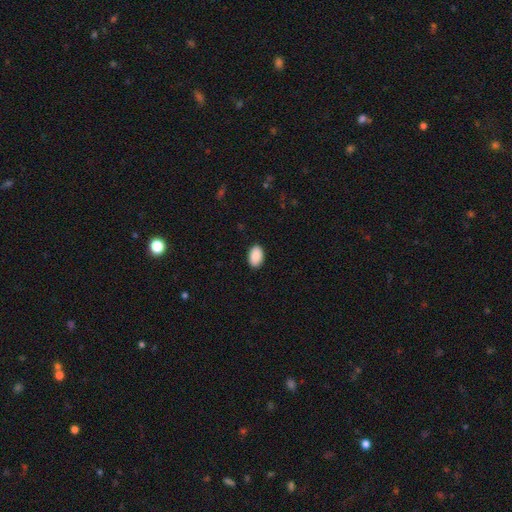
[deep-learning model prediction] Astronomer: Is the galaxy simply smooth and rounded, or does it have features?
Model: smooth — 91%.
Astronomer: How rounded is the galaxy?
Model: in between — 91%.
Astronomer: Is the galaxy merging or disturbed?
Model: none — 90%.